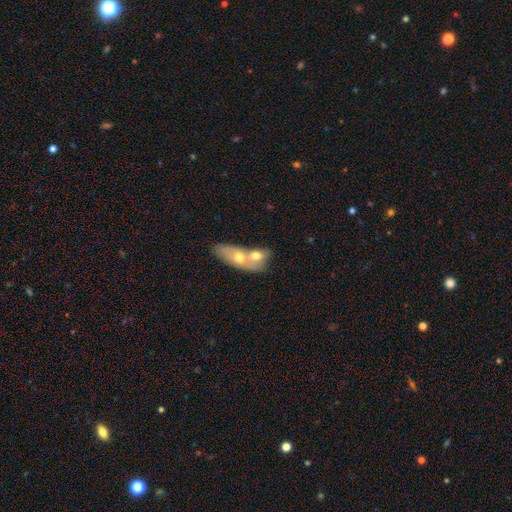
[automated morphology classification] A smooth galaxy with no disk features (61%) that is in between round and cigar-shaped (69%).

Vote fractions:
- Smooth or featured? smooth: 61% / featured or disk: 32% / star or artifact: 6%
- How rounded? in between: 69% / round: 16% / cigar-shaped: 15%
- Merging? merger: 72% / none: 18% / minor disturbance: 7% / major disturbance: 4%